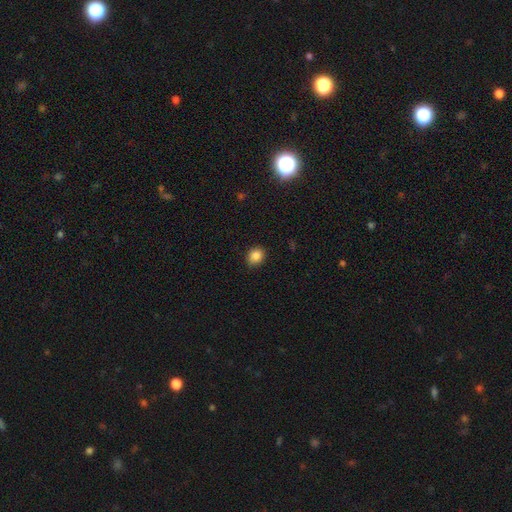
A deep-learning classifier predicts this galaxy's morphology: smooth-or-featured: smooth: 86% | star or artifact: 10% | featured or disk: 4%
  how-rounded: round: 65% | in between: 34% | cigar-shaped: 1%
  merging: none: 86% | minor disturbance: 11% | major disturbance: 2% | merger: 1%